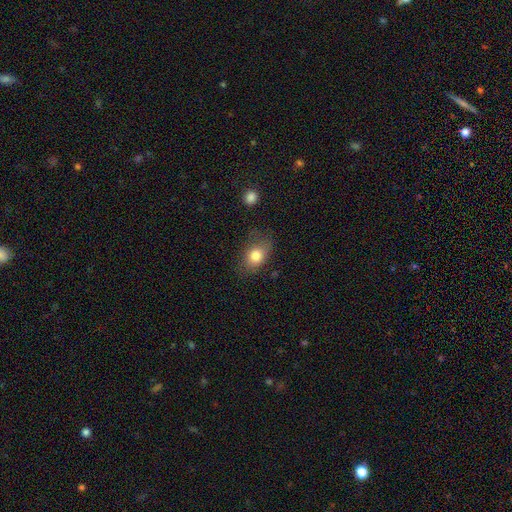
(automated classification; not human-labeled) This is likely a smooth galaxy (79%). How rounded: likely in between (72%). Merging: likely none (62%).